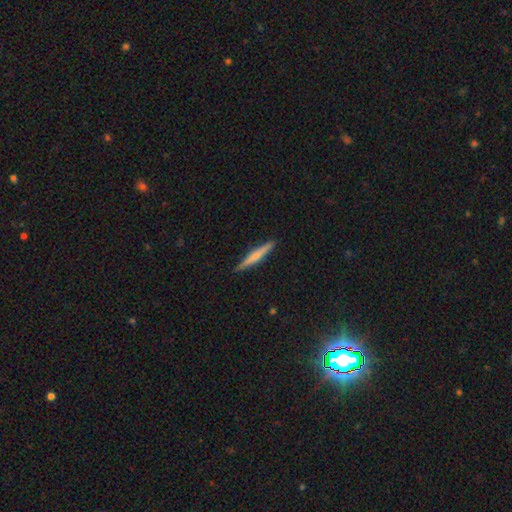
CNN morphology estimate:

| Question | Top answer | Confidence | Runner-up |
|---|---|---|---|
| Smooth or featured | smooth | 56% | featured or disk (39%) |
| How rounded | cigar-shaped | 95% | in between (4%) |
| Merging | none | 89% | minor disturbance (8%) |